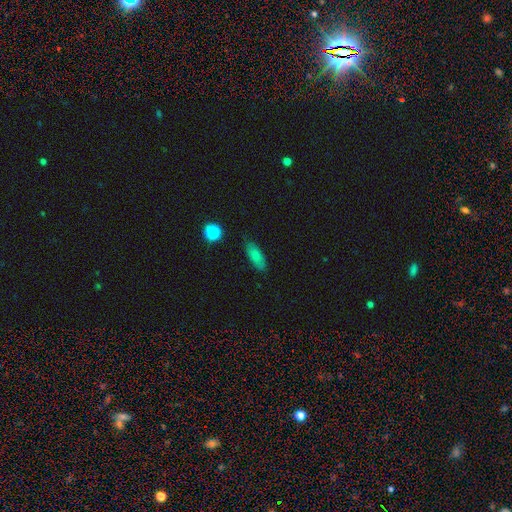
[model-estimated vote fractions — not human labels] smooth-or-featured: smooth: 81% | star or artifact: 10% | featured or disk: 9%
  how-rounded: in between: 69% | cigar-shaped: 28% | round: 3%
  merging: none: 82% | minor disturbance: 14% | major disturbance: 3% | merger: 2%